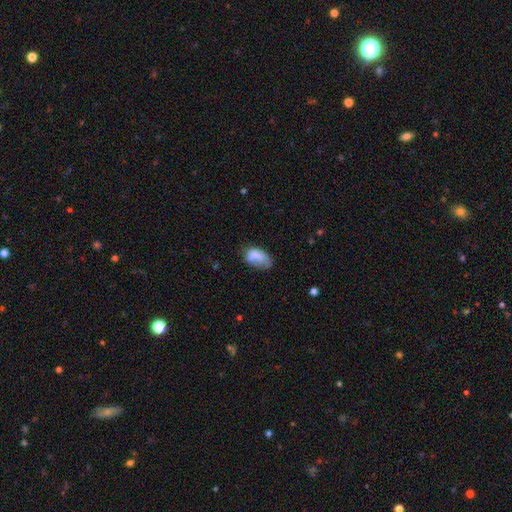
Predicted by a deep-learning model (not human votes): smooth_or_featured: smooth (p=0.73) [alt: featured or disk p=0.18]
how_rounded: in between (p=0.91) [alt: round p=0.06]
merging: none (p=0.37) [alt: minor disturbance p=0.33]